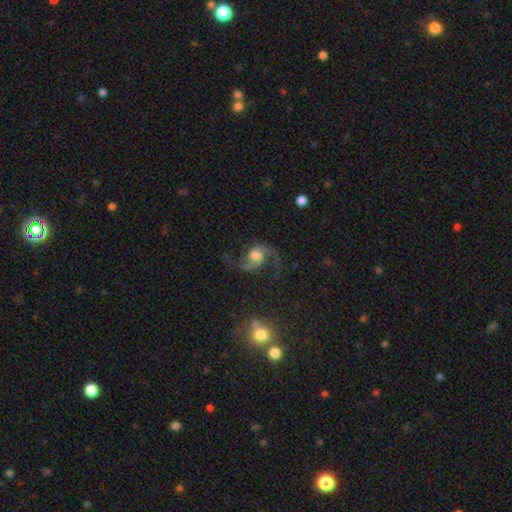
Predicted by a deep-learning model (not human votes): This appears to be a featured or disk galaxy (87%) with no bar (52%), 2 (93%) loose (60%) spiral arms (97%) and a moderate central bulge (51%). Merging: none (68%).